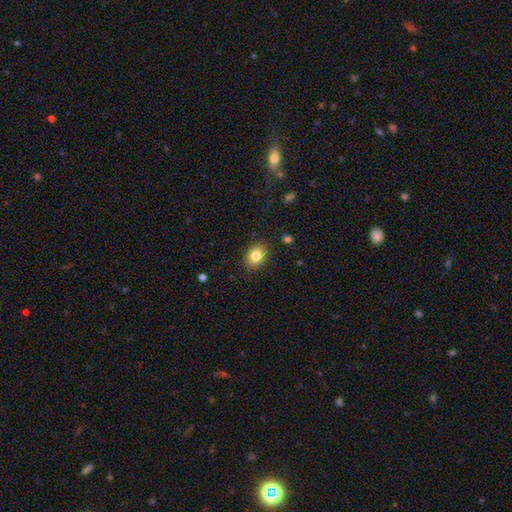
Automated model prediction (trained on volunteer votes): Q: Smooth or featured?
A: smooth (83%); runner-up: star or artifact (9%)
Q: How rounded?
A: in between (66%); runner-up: round (33%)
Q: Merging?
A: none (88%); runner-up: minor disturbance (9%)